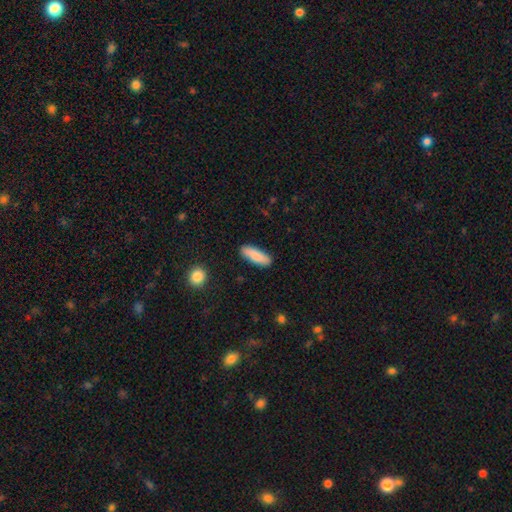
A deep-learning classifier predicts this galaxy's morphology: Smooth or featured? smooth (87%)
How rounded? in between (54%)
Merging? none (88%)